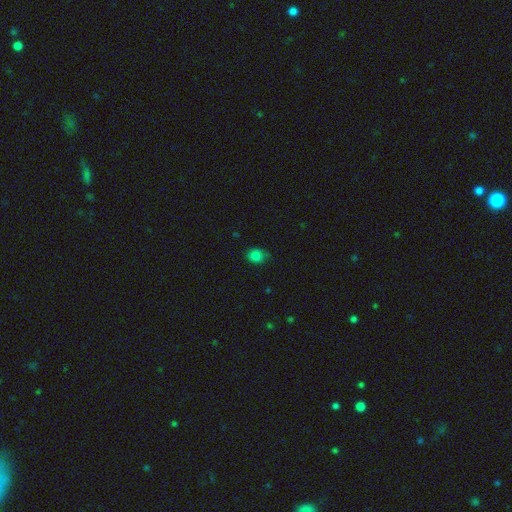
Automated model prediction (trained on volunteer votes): smooth_or_featured: smooth (p=0.82) [alt: star or artifact p=0.13]
how_rounded: round (p=0.65) [alt: in between p=0.34]
merging: none (p=0.75) [alt: minor disturbance p=0.20]